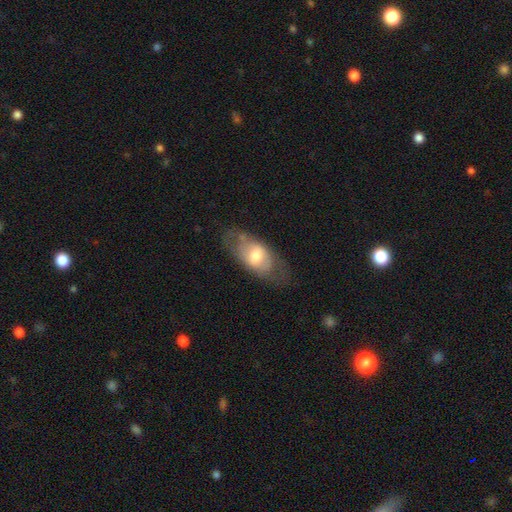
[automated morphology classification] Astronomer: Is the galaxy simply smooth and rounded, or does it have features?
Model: smooth — 52% (runner-up: featured or disk, 42%).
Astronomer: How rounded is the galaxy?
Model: in between — 88%.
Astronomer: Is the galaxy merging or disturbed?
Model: none — 67%.